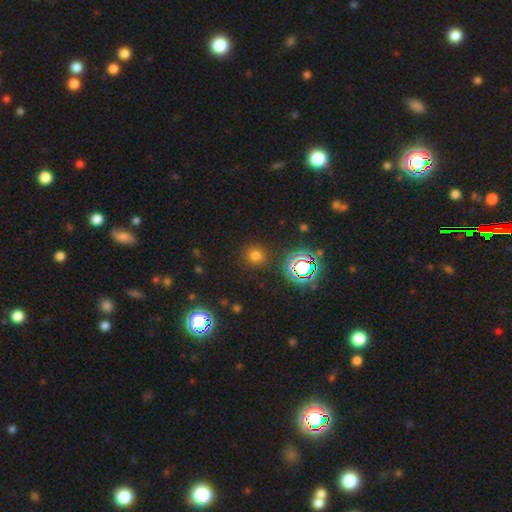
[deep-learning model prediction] smooth 68%, star or artifact 26%, featured or disk 6%. Down the decision tree: how rounded — round (90%); merging — none (88%).